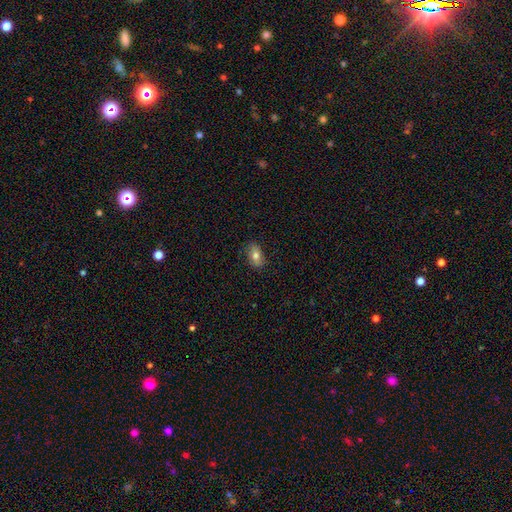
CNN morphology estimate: A smooth galaxy with no disk features (75%) that is in between round and cigar-shaped (87%). Merging: none (81%).